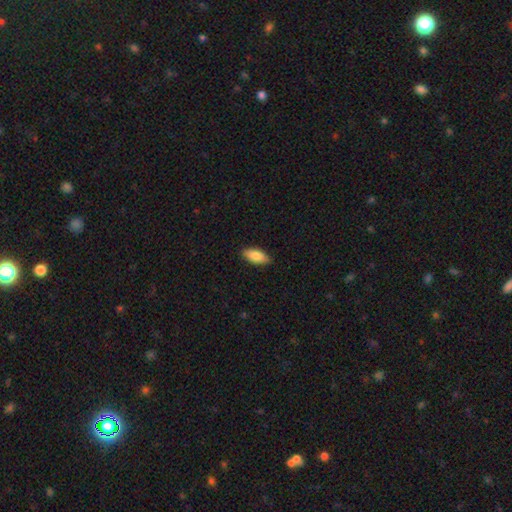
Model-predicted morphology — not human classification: Smooth or featured? Predicted: smooth (p=0.86). How rounded? Predicted: in between (p=0.87). Merging? Predicted: none (p=0.88).